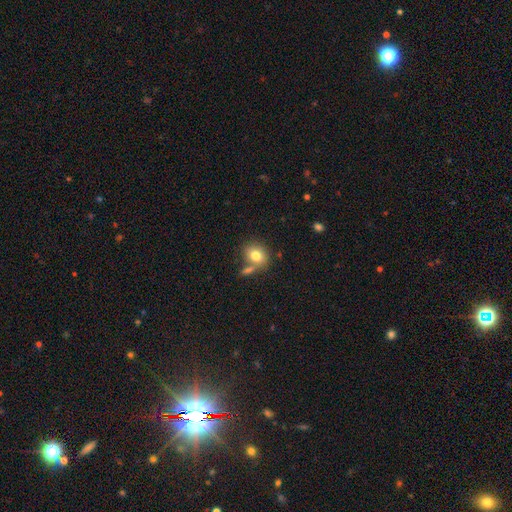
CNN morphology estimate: Smooth or featured?
  - smooth: 78% *
  - featured or disk: 12%
  - star or artifact: 10%
How rounded?
  - round: 60% *
  - in between: 39%
  - cigar-shaped: 1%
Merging?
  - none: 57% *
  - merger: 25%
  - minor disturbance: 13%
  - major disturbance: 5%